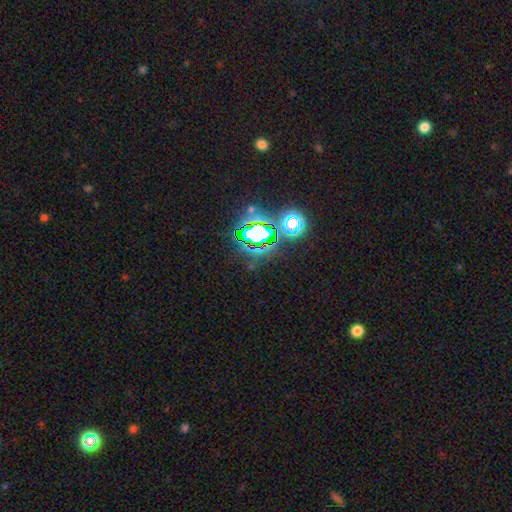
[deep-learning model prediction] This is likely a star or artifact rather than a galaxy (79%).